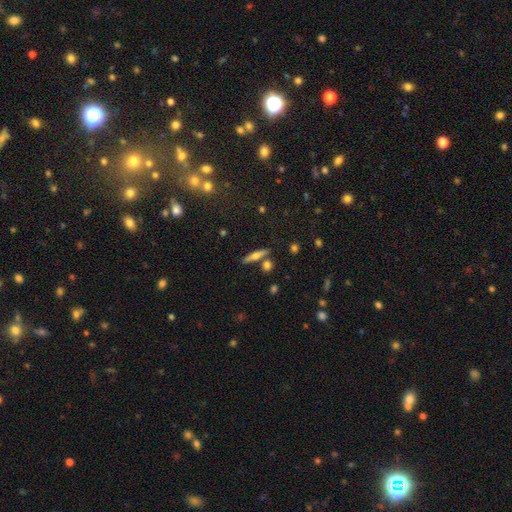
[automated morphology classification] type=featured or disk (46%); merging=none (78%).